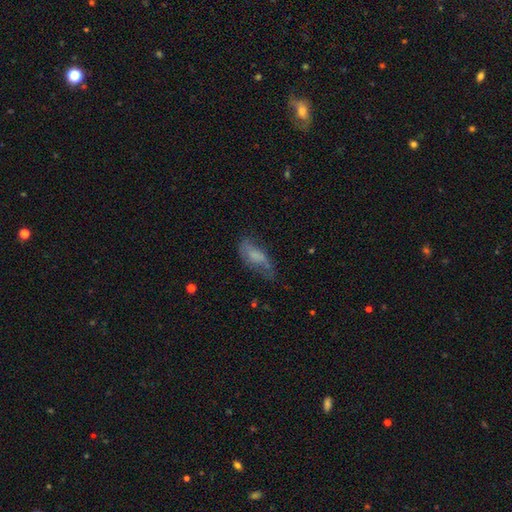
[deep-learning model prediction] Overall: smooth (53%; featured or disk 37%). How rounded: in between (79%). Merging: none (44%; minor disturbance 30%).